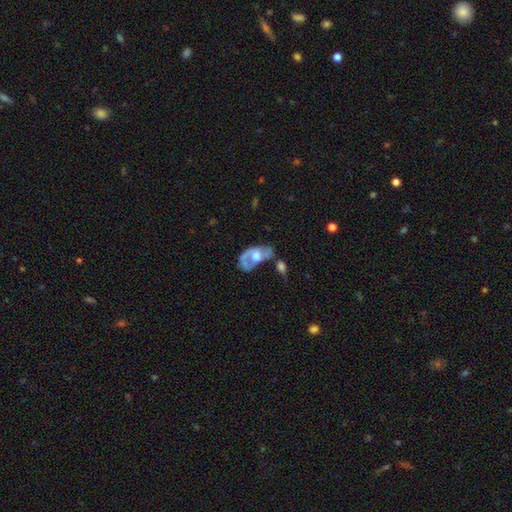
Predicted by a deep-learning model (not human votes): The model was most divided on "merging" (2-way tie): major disturbance: 29%, merger: 29%, none: 25%, minor disturbance: 17%. Remaining: edge-on disk — no (94%); bar — no (70%); smooth or featured — featured or disk (63%); spiral arms — yes (63%); bulge size — moderate (47%).